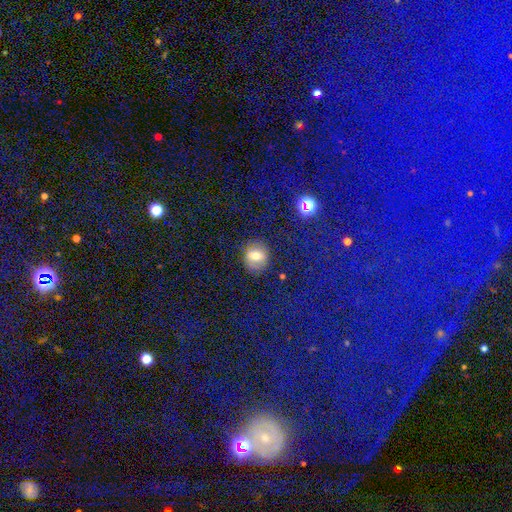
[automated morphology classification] A smooth galaxy with no disk features (62%) that is round (77%).

Vote fractions:
- Smooth or featured? smooth: 62% / featured or disk: 23% / star or artifact: 15%
- How rounded? round: 77% / in between: 22% / cigar-shaped: 1%
- Merging? none: 81% / minor disturbance: 12% / major disturbance: 4% / merger: 2%